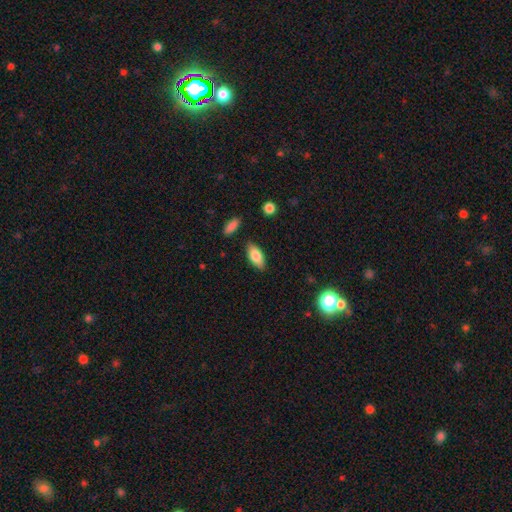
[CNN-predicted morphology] type=smooth (81%); roundness=in between (87%); merging=none (85%).